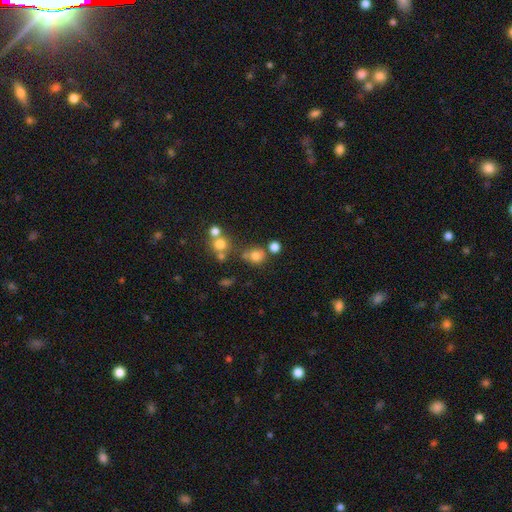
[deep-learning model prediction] Q: Smooth or featured?
A: smooth (73%); runner-up: star or artifact (17%)
Q: How rounded?
A: round (83%); runner-up: in between (16%)
Q: Merging?
A: none (64%); runner-up: merger (20%)